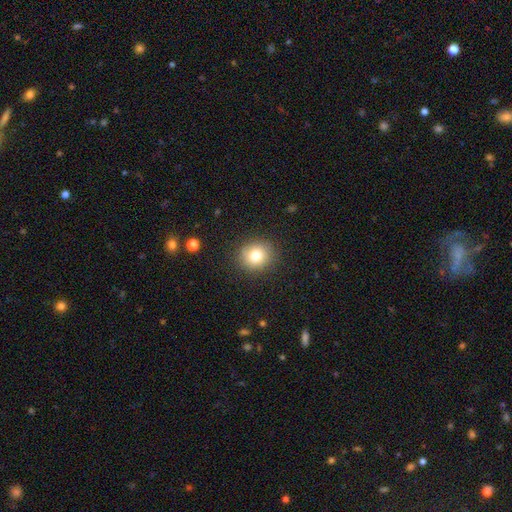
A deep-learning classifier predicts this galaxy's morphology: Q: Smooth or featured?
A: smooth (79%); runner-up: star or artifact (11%)
Q: How rounded?
A: round (83%); runner-up: in between (16%)
Q: Merging?
A: none (88%); runner-up: minor disturbance (8%)